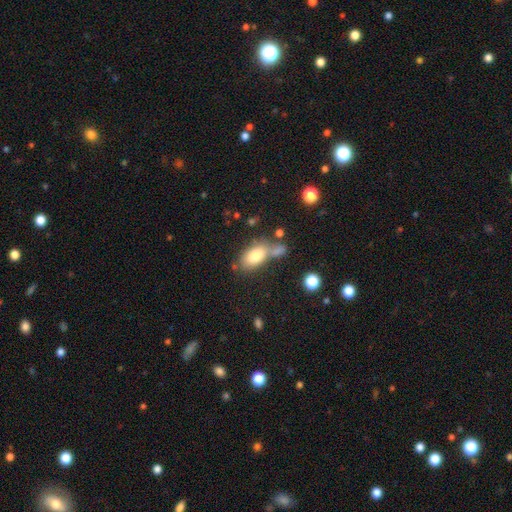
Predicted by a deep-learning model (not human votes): smooth_or_featured: smooth (p=0.79) [alt: featured or disk p=0.13]
how_rounded: in between (p=0.90) [alt: cigar-shaped p=0.06]
merging: none (p=0.48) [alt: merger p=0.27]